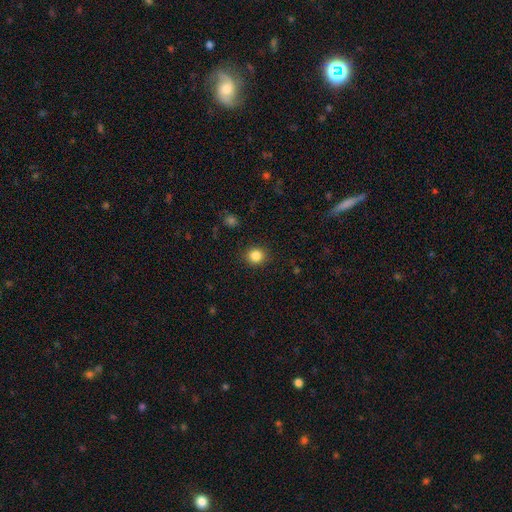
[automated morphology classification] smooth-or-featured: smooth: 85% | star or artifact: 11% | featured or disk: 4%
  how-rounded: round: 83% | in between: 16% | cigar-shaped: 1%
  merging: none: 90% | minor disturbance: 7% | major disturbance: 2% | merger: 1%